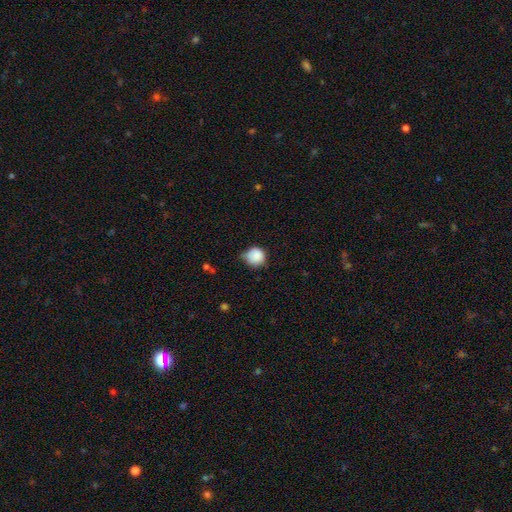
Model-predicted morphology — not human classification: A smooth galaxy with no disk features (87%) that is round (88%).

Vote fractions:
- Smooth or featured? smooth: 87% / star or artifact: 9% / featured or disk: 4%
- How rounded? round: 88% / in between: 11% / cigar-shaped: 1%
- Merging? none: 53% / minor disturbance: 38% / major disturbance: 7% / merger: 3%